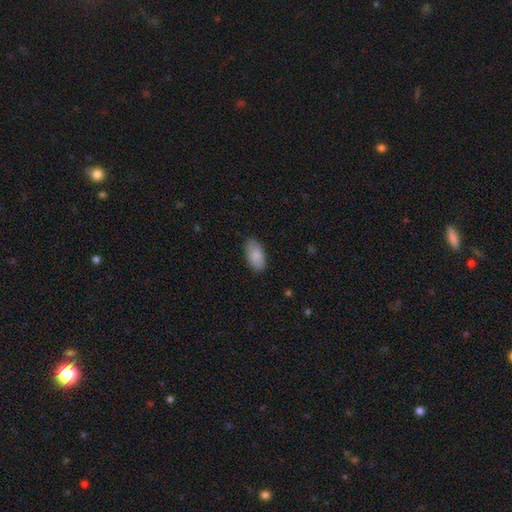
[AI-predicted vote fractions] The model was most divided on "merging": none: 82%, minor disturbance: 15%, major disturbance: 3%, merger: 1%. More confident: how rounded — in between (95%); smooth or featured — smooth (87%).